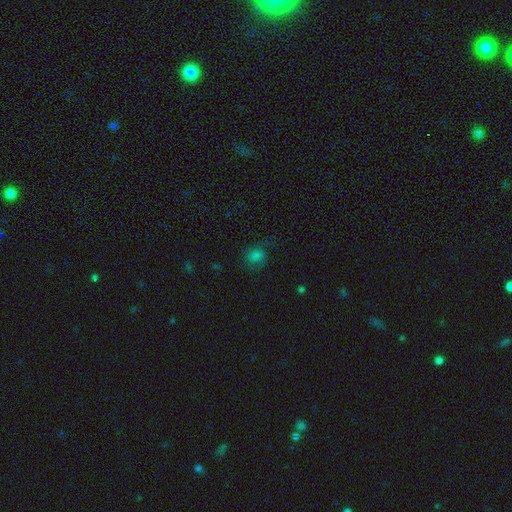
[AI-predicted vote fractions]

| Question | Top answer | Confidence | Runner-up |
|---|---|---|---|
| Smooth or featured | smooth | 65% | star or artifact (17%) |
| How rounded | round | 63% | in between (36%) |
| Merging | none | 61% | minor disturbance (22%) |